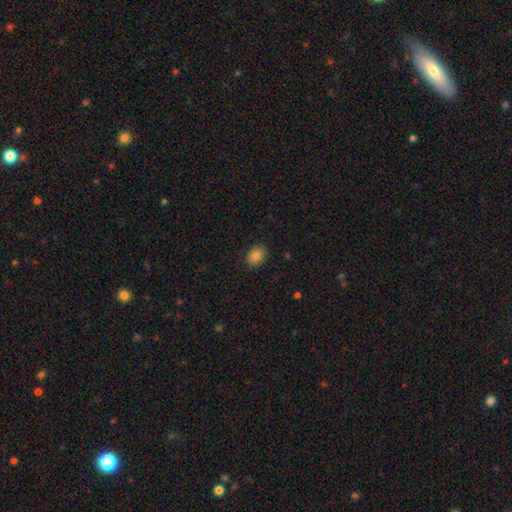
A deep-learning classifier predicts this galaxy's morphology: Smooth or featured? smooth (83%)
How rounded? in between (69%)
Merging? none (86%)